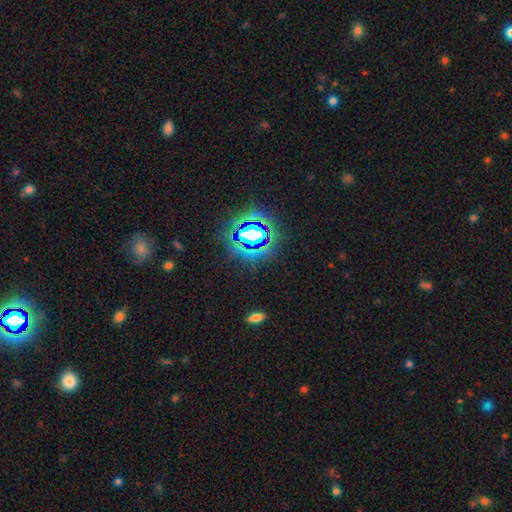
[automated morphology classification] Smooth or featured? Predicted: star or artifact (p=0.79).